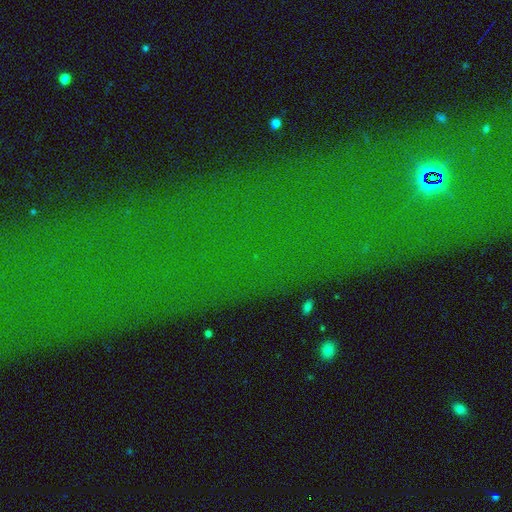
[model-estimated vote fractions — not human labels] Overall: star or artifact (77%).